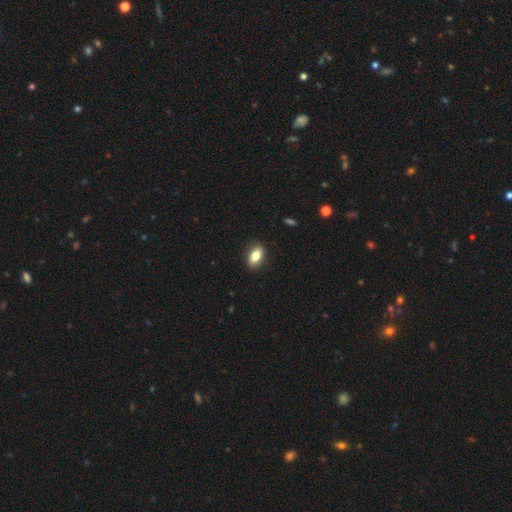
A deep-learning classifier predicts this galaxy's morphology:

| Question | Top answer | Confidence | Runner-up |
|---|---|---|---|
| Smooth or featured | smooth | 80% | featured or disk (12%) |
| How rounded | in between | 86% | round (7%) |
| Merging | none | 87% | minor disturbance (10%) |